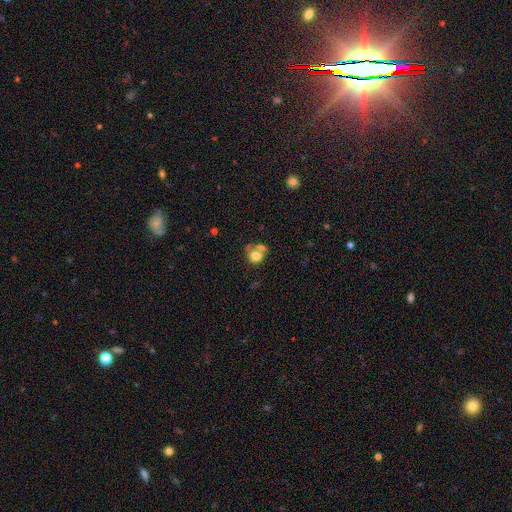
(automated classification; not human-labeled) Smooth or featured? smooth (68%)
How rounded? round (60%)
Merging? merger (50%)